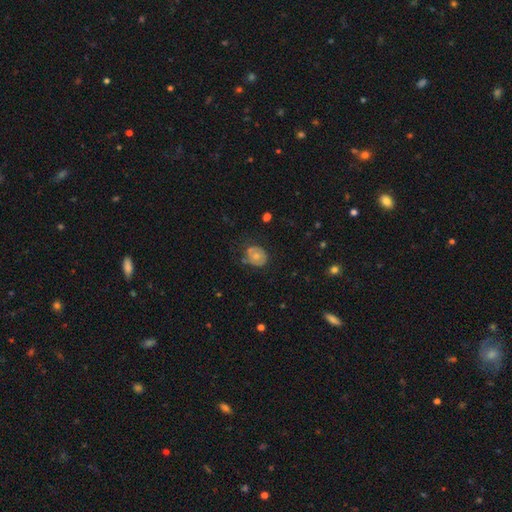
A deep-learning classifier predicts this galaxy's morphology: Smooth or featured?
  - smooth: 58% *
  - featured or disk: 33%
  - star or artifact: 10%
How rounded?
  - round: 61% *
  - in between: 38%
  - cigar-shaped: 1%
Merging?
  - none: 52% *
  - minor disturbance: 32%
  - major disturbance: 12%
  - merger: 5%